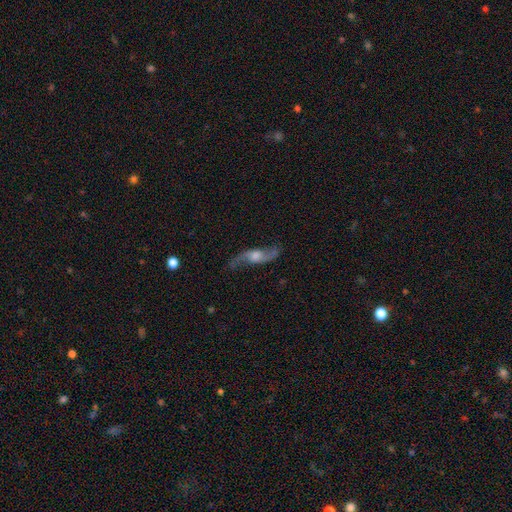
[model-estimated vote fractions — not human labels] Overall: featured or disk (82%). Edge-on disk: no (82%). Bar: no (59%; weak 32%). Spiral arms: yes (94%). Spiral arm count: 2 (92%). Spiral winding: loose (82%). Bulge size: moderate (53%; small 23%). Merging: none (74%).